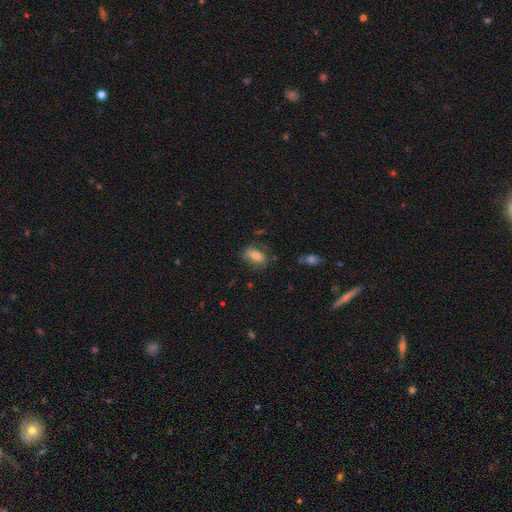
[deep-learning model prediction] This appears to be a smooth galaxy with no disk features (69%) that is in between round and cigar-shaped (84%). Merging: none (70%).